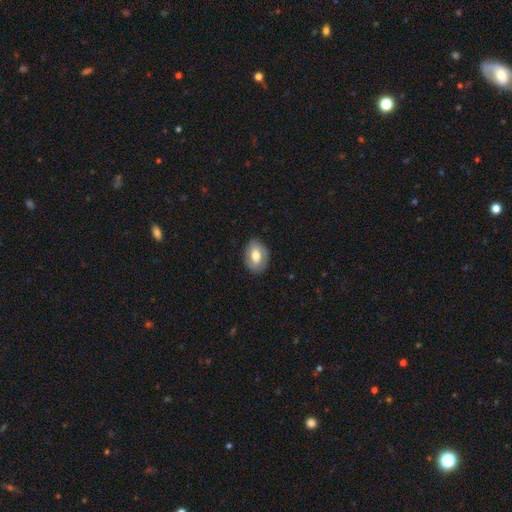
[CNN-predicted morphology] type=smooth (60%); roundness=in between (80%); merging=none (80%).